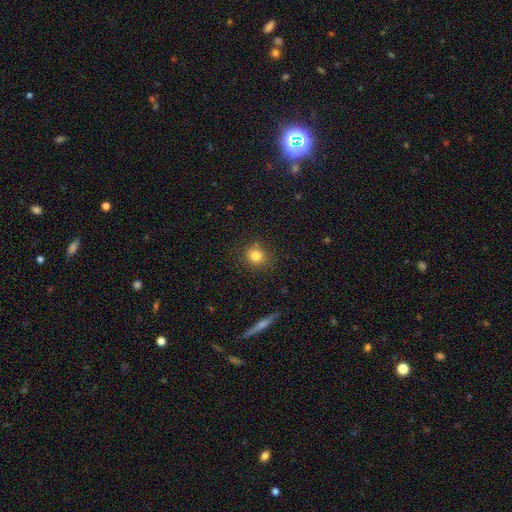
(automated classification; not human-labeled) smooth-or-featured: smooth: 81% | star or artifact: 12% | featured or disk: 7%
  how-rounded: round: 84% | in between: 14% | cigar-shaped: 1%
  merging: none: 83% | minor disturbance: 11% | merger: 4% | major disturbance: 3%